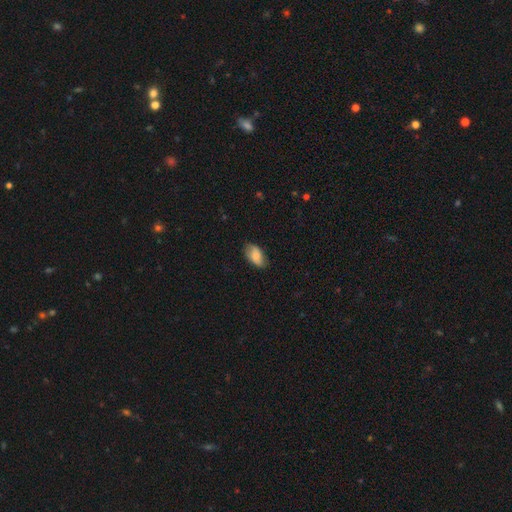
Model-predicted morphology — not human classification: Smooth or featured? smooth (75%)
How rounded? in between (93%)
Merging? none (75%)